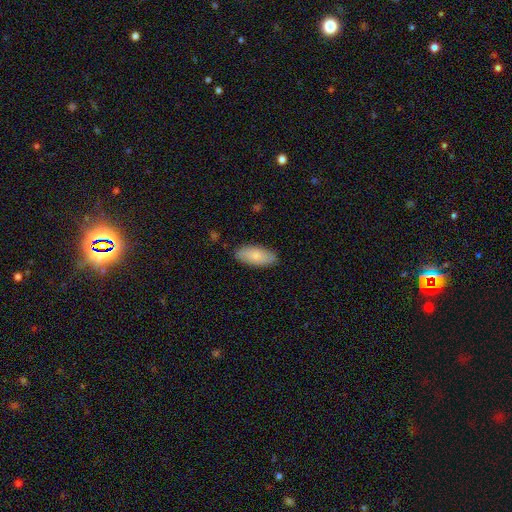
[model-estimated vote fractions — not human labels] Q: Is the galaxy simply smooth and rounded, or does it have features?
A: smooth — 76%.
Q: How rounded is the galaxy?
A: in between — 88%.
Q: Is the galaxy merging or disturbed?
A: none — 86%.